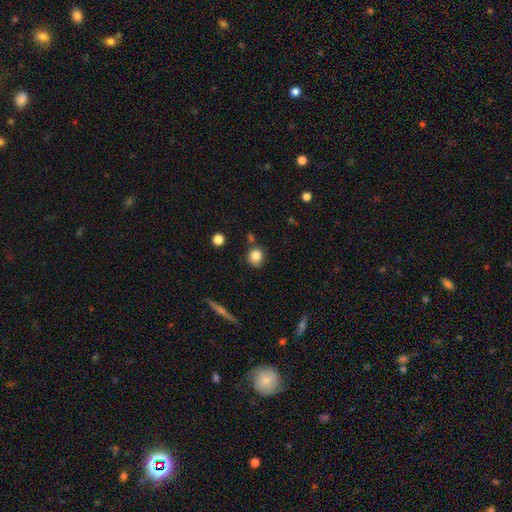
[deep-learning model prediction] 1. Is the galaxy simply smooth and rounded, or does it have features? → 83% smooth, 10% star or artifact, 7% featured or disk.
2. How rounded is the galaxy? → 83% round, 16% in between, 1% cigar-shaped.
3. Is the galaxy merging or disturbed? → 74% none, 15% minor disturbance, 8% merger, 3% major disturbance.